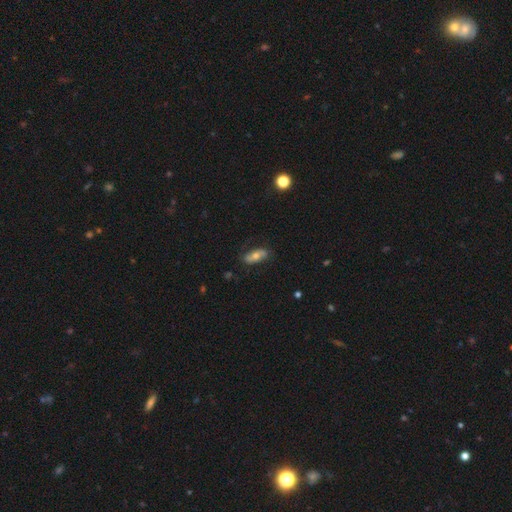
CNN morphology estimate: Smooth or featured: smooth — 54% (featured or disk — 38%)
How rounded: in between — 79% (cigar-shaped — 17%)
Merging: none — 77% (minor disturbance — 17%)